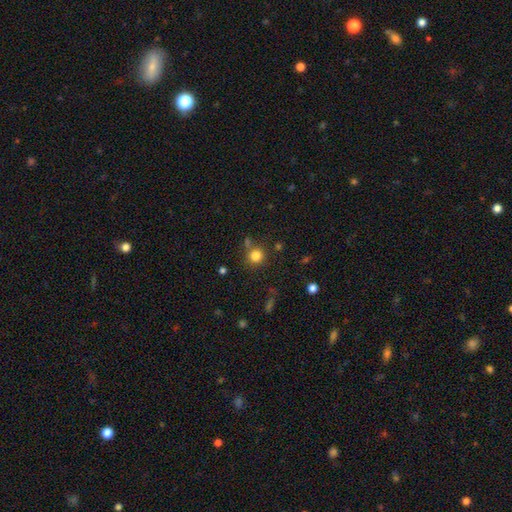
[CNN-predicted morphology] smooth_or_featured: smooth (p=0.81) [alt: star or artifact p=0.13]
how_rounded: round (p=0.92) [alt: in between p=0.07]
merging: none (p=0.76) [alt: merger p=0.10]